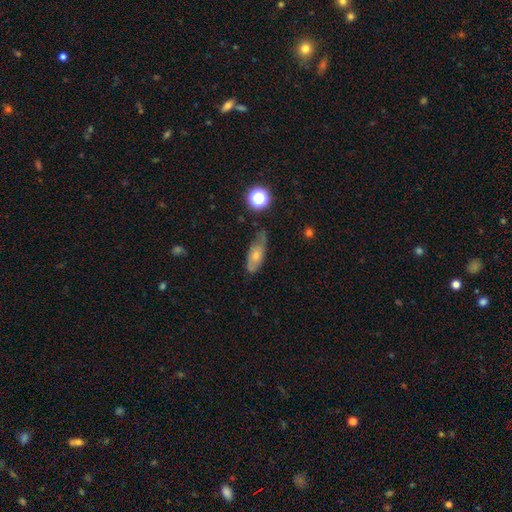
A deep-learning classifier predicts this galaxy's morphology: Smooth or featured? smooth (59%)
How rounded? in between (74%)
Merging? none (55%)